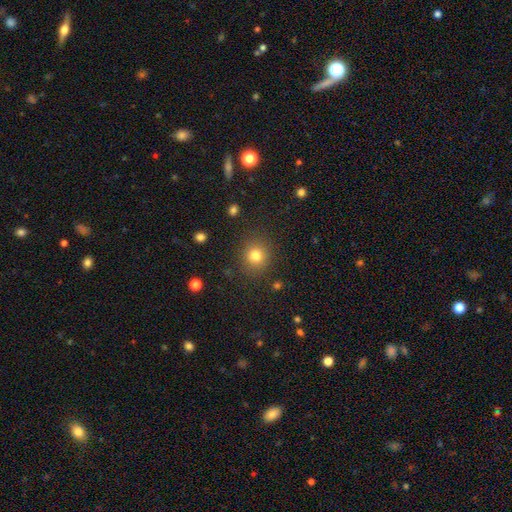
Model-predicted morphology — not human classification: smooth-or-featured: smooth: 79% | star or artifact: 13% | featured or disk: 7%
  how-rounded: round: 85% | in between: 14% | cigar-shaped: 1%
  merging: none: 86% | minor disturbance: 9% | major disturbance: 4% | merger: 2%